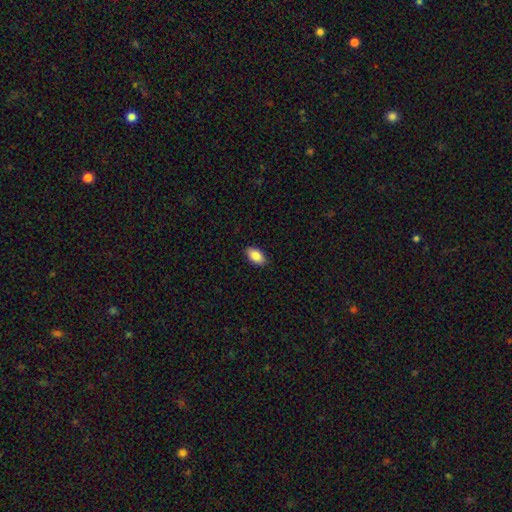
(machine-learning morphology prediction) This appears to be a smooth galaxy with no disk features (87%) that is in between round and cigar-shaped (93%). Merging: none (87%).